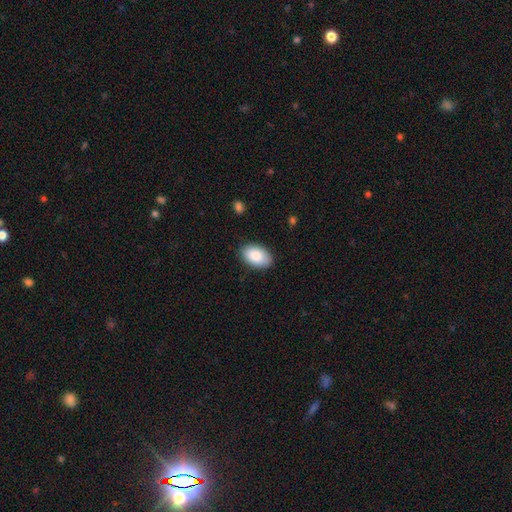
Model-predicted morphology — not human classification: A smooth galaxy with no disk features (85%) that is in between round and cigar-shaped (93%).

Vote fractions:
- Smooth or featured? smooth: 85% / featured or disk: 8% / star or artifact: 6%
- How rounded? in between: 93% / round: 6% / cigar-shaped: 1%
- Merging? none: 85% / minor disturbance: 11% / major disturbance: 2% / merger: 1%